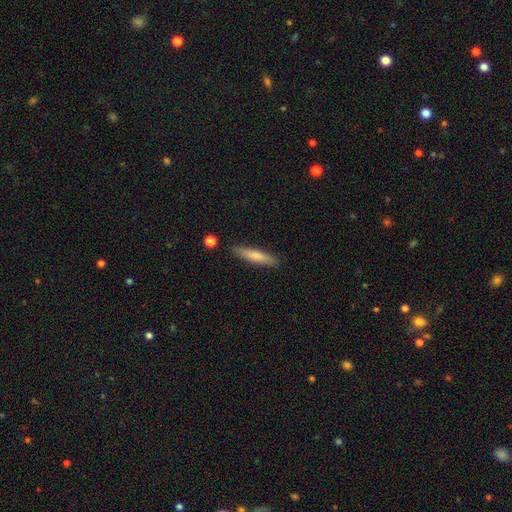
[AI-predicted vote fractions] This appears to be a smooth galaxy with no disk features (71%) that is cigar-shaped (89%). Merging: none (86%).